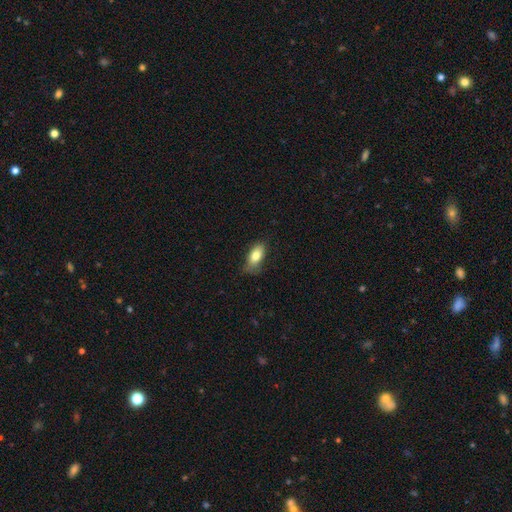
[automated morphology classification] smooth 80%, featured or disk 12%, star or artifact 7%. Down the decision tree: how rounded — in between (87%); merging — none (66%).